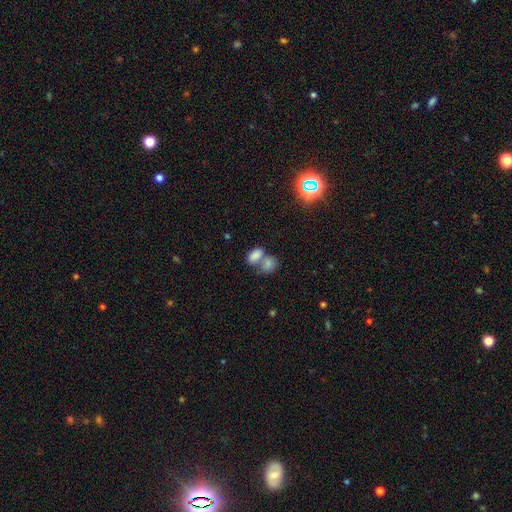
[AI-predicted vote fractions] smooth_or_featured: smooth (p=0.82) [alt: star or artifact p=0.09]
how_rounded: in between (p=0.86) [alt: round p=0.12]
merging: merger (p=0.59) [alt: none p=0.29]